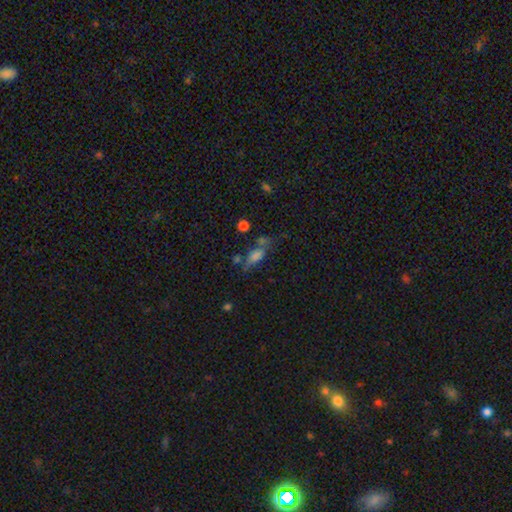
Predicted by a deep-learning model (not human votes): smooth-or-featured: smooth: 63% | featured or disk: 22% | star or artifact: 14%
  how-rounded: in between: 64% | cigar-shaped: 30% | round: 6%
  merging: none: 40% | minor disturbance: 23% | major disturbance: 19% | merger: 18%